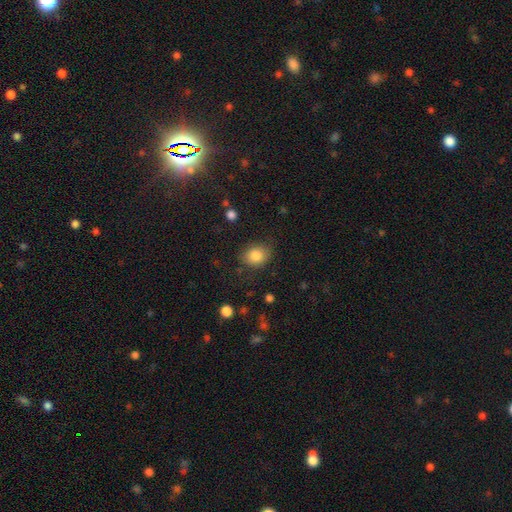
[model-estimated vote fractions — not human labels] Overall: smooth (84%). How rounded: round (51%; in between 49%). Merging: none (77%).